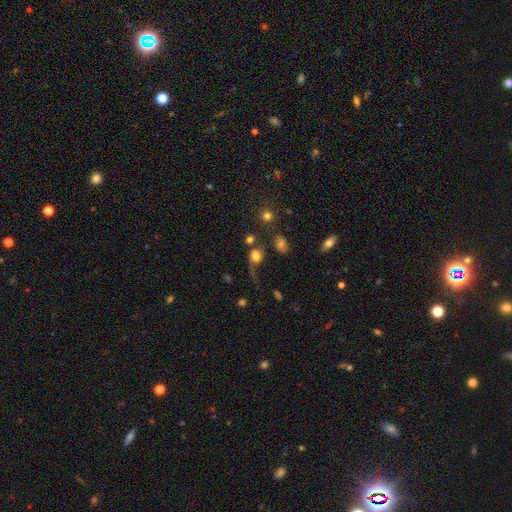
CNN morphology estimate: Smooth or featured? smooth (67%)
How rounded? round (64%)
Merging? major disturbance (42%)